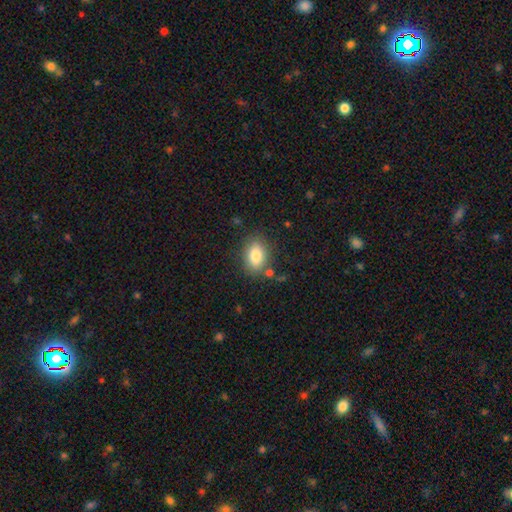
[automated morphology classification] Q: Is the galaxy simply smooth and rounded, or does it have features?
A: smooth — 82%.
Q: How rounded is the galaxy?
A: in between — 82%.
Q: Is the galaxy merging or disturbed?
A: none — 80%.